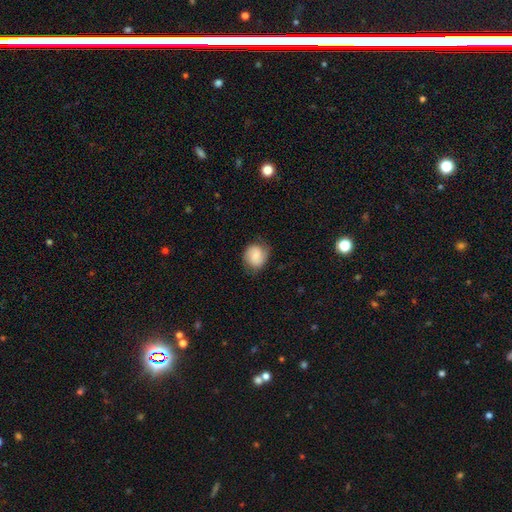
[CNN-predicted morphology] This is likely a smooth galaxy (67%). How rounded: likely round (73%). Merging: likely none (73%).